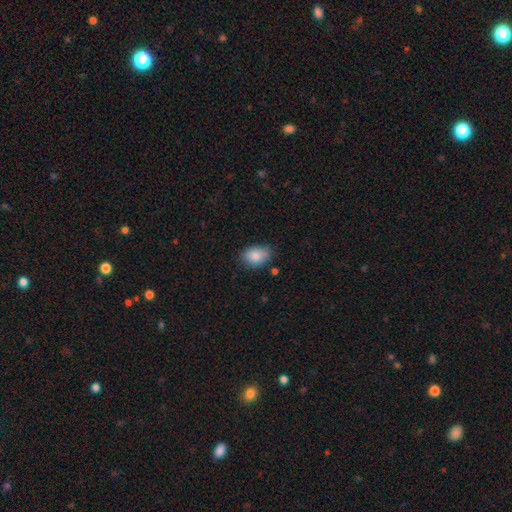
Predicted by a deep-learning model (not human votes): smooth-or-featured: smooth: 85% | star or artifact: 8% | featured or disk: 7%
  how-rounded: in between: 75% | round: 24% | cigar-shaped: 1%
  merging: none: 64% | minor disturbance: 27% | major disturbance: 5% | merger: 4%